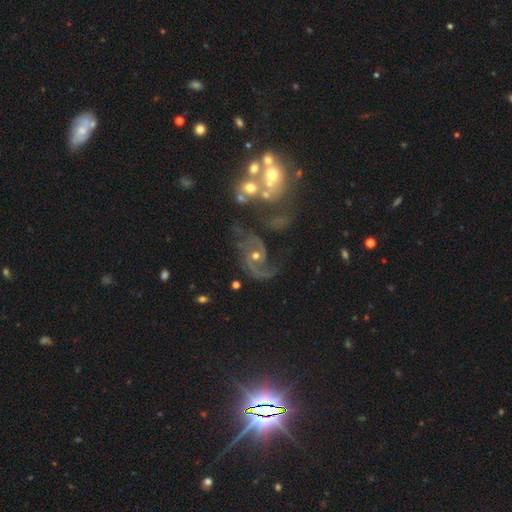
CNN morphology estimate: A featured or disk galaxy (84%) with no bar (64%), 2 (73%) medium (48%) spiral arms (93%) and a small central bulge (50%). Merging: none (45%).